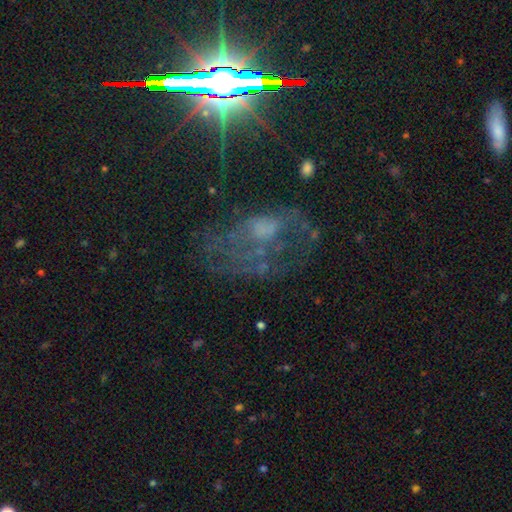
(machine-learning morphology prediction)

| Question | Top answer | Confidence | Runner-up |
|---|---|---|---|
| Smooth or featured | featured or disk | 46% | star or artifact (34%) |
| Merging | none | 43% | major disturbance (35%) |